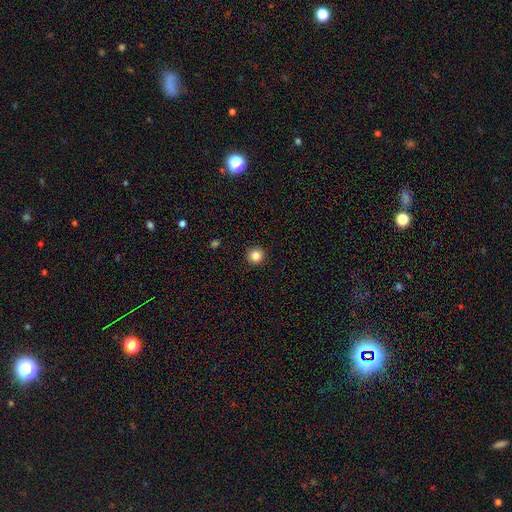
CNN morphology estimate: smooth_or_featured: smooth (p=0.85) [alt: star or artifact p=0.11]
how_rounded: round (p=0.96) [alt: in between p=0.03]
merging: none (p=0.93) [alt: minor disturbance p=0.04]